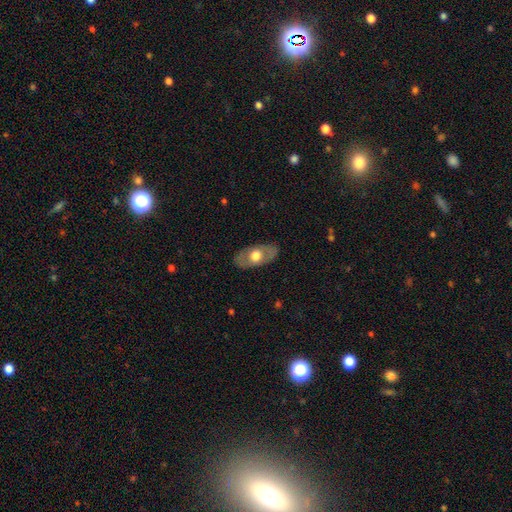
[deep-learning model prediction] Overall: smooth (49%; featured or disk 46%). Merging: none (83%).